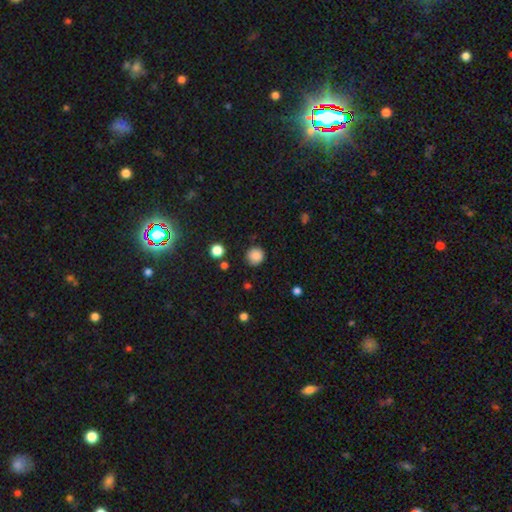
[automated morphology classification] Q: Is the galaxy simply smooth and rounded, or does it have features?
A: smooth — 85%.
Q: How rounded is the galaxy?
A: round — 93%.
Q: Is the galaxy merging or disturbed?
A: none — 86%.